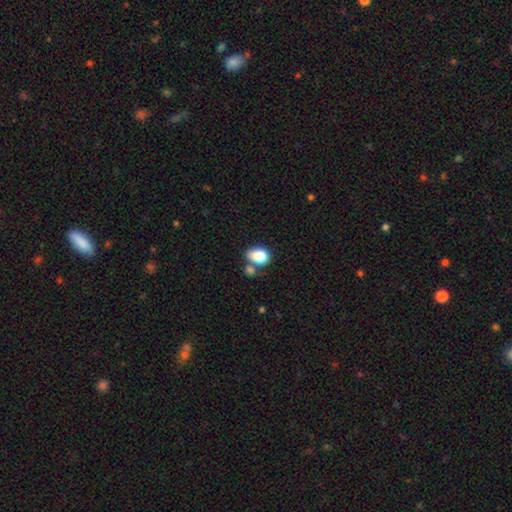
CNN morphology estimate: Smooth or featured: smooth — 81% (featured or disk — 11%)
How rounded: in between — 74% (round — 25%)
Merging: none — 40% (merger — 33%)